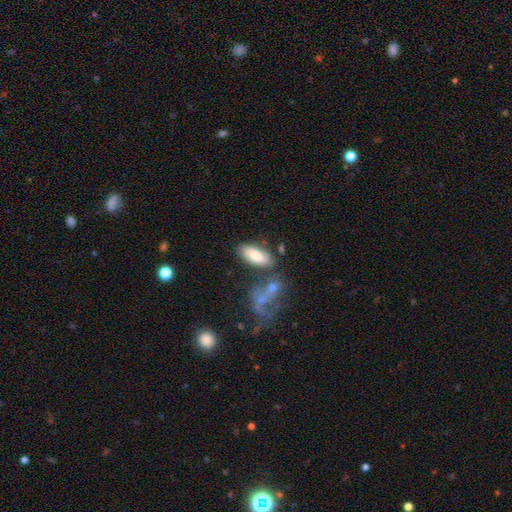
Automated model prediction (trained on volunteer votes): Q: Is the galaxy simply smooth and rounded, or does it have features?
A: smooth — 71%.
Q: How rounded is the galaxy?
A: in between — 86%.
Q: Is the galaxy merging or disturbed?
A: none — 59%.